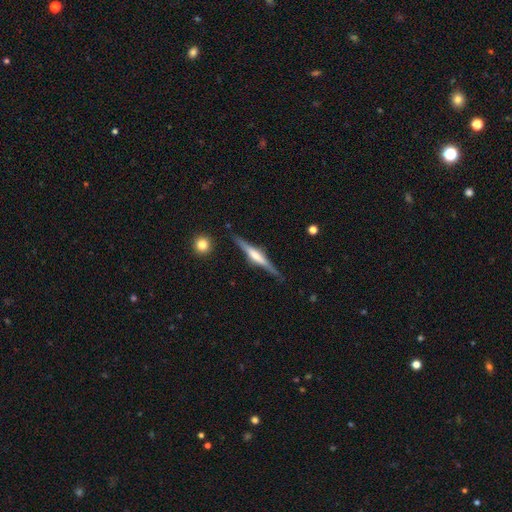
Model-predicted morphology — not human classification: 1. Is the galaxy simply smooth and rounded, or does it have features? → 74% featured or disk, 21% smooth, 5% star or artifact.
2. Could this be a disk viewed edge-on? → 97% yes, 3% no.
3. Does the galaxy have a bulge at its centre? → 60% rounded, 29% boxy, 11% none.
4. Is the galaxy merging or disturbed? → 85% none, 11% minor disturbance, 2% major disturbance, 2% merger.